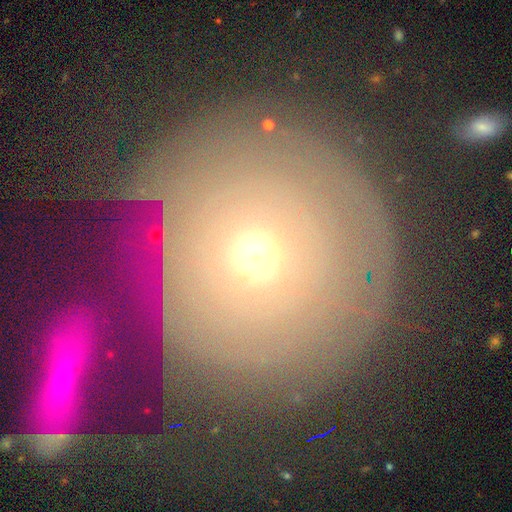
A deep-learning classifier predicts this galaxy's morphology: Q: Smooth or featured?
A: featured or disk (46%); runner-up: smooth (40%)
Q: Merging?
A: none (63%); runner-up: minor disturbance (17%)